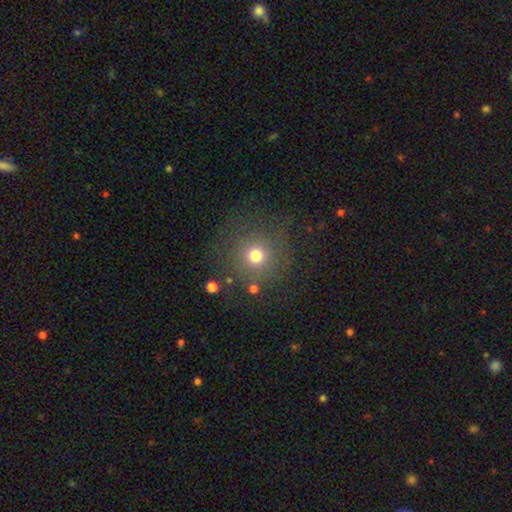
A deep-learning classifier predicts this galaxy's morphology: Smooth or featured? Predicted: smooth (p=0.71). How rounded? Predicted: round (p=0.93). Merging? Predicted: none (p=0.79).